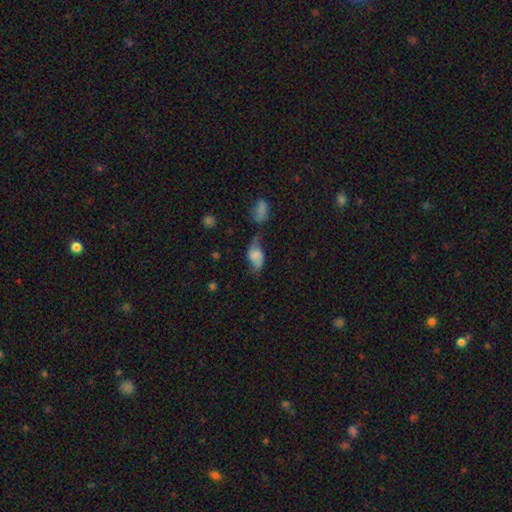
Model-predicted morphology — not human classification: This is possibly a smooth galaxy (53%). How rounded: clearly in between (86%). Merging: marginally none (33%).